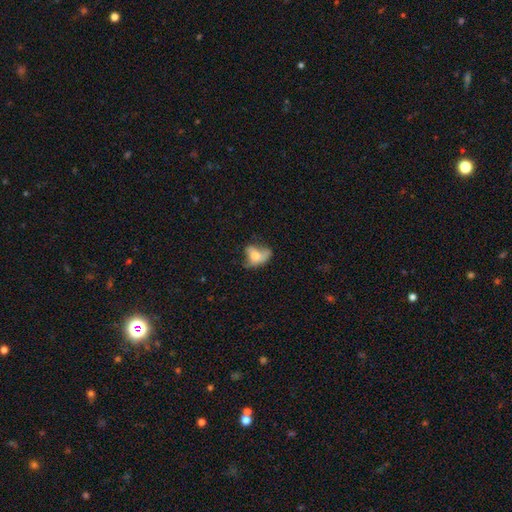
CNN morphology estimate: A smooth galaxy with no disk features (55%) that is in between round and cigar-shaped (78%).

Vote fractions:
- Smooth or featured? smooth: 55% / featured or disk: 35% / star or artifact: 10%
- How rounded? in between: 78% / round: 19% / cigar-shaped: 4%
- Merging? major disturbance: 39% / minor disturbance: 27% / none: 26% / merger: 8%